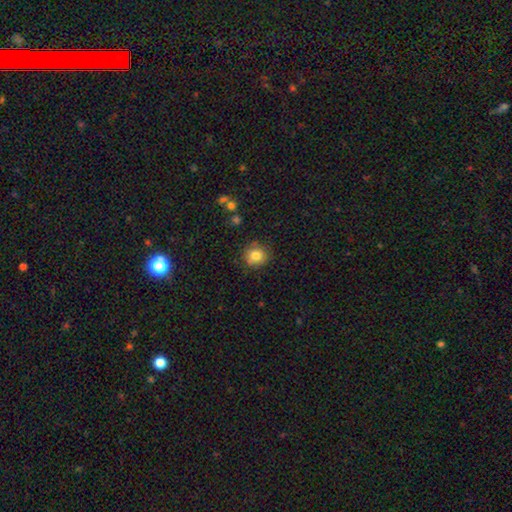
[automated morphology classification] The model was most divided on "smooth or featured": smooth: 81%, star or artifact: 11%, featured or disk: 8%. More confident: how rounded — round (89%); merging — none (83%).